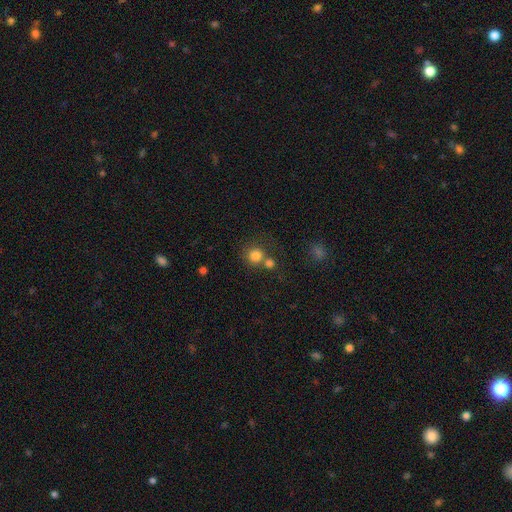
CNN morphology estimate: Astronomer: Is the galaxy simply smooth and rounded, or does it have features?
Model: smooth — 82%.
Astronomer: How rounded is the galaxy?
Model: round — 90%.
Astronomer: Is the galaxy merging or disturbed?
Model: none — 57%.